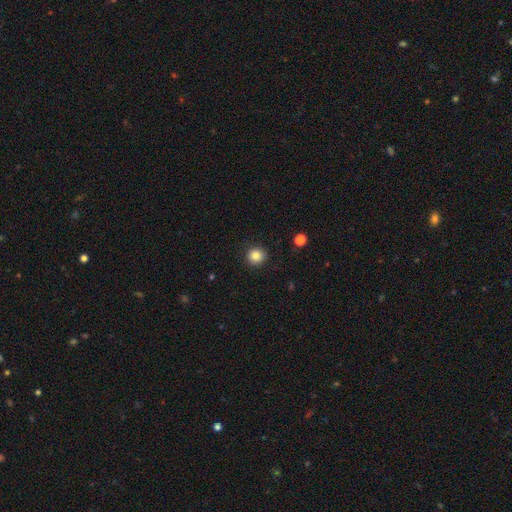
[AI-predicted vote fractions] smooth_or_featured: smooth (p=0.85) [alt: star or artifact p=0.11]
how_rounded: round (p=0.92) [alt: in between p=0.07]
merging: none (p=0.91) [alt: minor disturbance p=0.06]